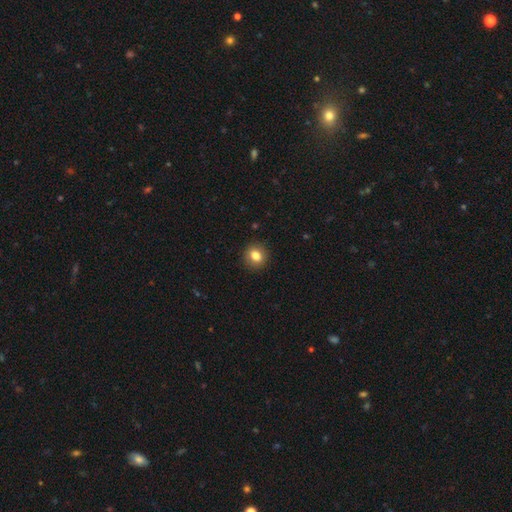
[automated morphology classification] This appears to be a smooth galaxy with no disk features (81%) that is round (75%). Merging: none (90%).